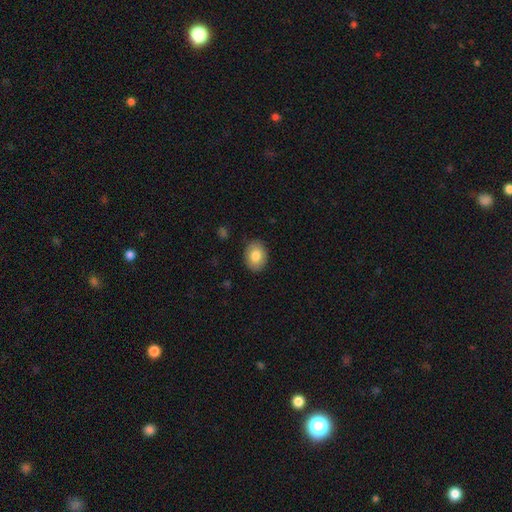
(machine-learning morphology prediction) A smooth galaxy with no disk features (81%) that is in between round and cigar-shaped (67%). Merging: none (88%).